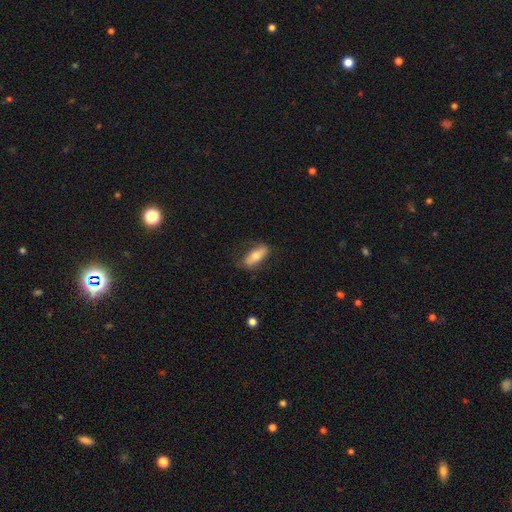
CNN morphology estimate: A smooth galaxy with no disk features (63%) that is in between round and cigar-shaped (70%). Merging: none (74%).